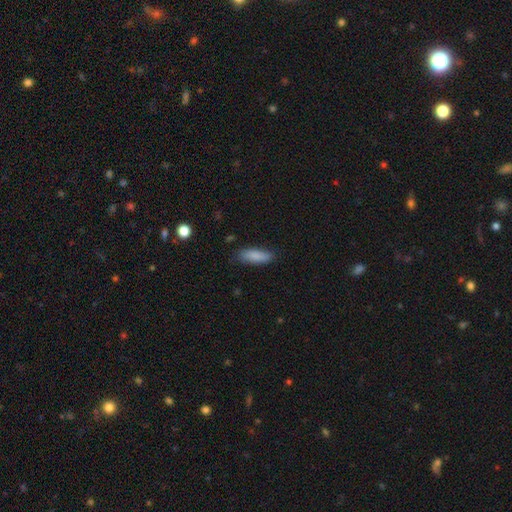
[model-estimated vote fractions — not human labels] This appears to be a smooth galaxy with no disk features (86%) that is in between round and cigar-shaped (55%). Merging: none (81%).